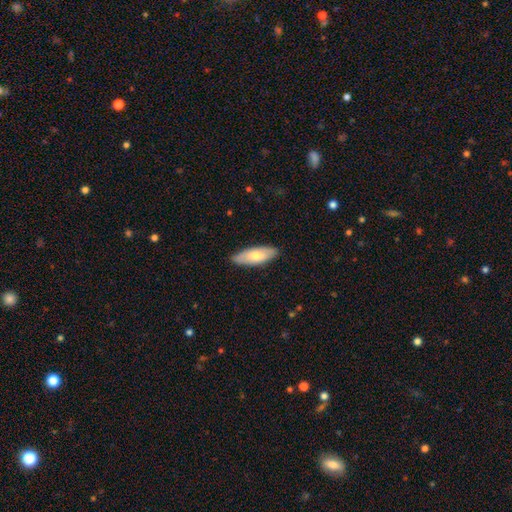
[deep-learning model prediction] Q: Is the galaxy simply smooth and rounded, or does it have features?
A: smooth — 71%.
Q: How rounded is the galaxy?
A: in between — 71%.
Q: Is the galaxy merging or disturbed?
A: none — 85%.